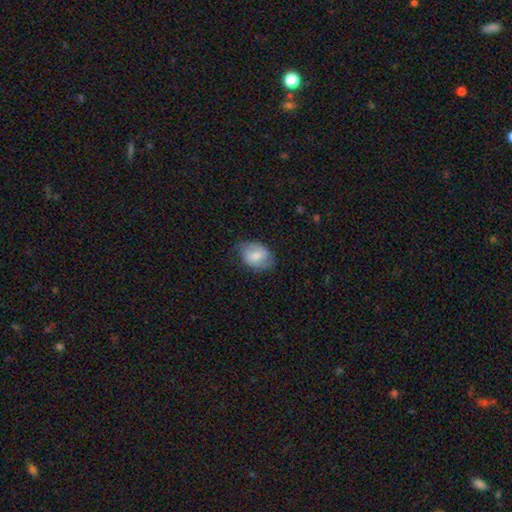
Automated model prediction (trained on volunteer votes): smooth-or-featured: smooth: 72% | featured or disk: 21% | star or artifact: 7%
  how-rounded: in between: 76% | round: 23% | cigar-shaped: 1%
  merging: none: 67% | minor disturbance: 25% | major disturbance: 7% | merger: 1%